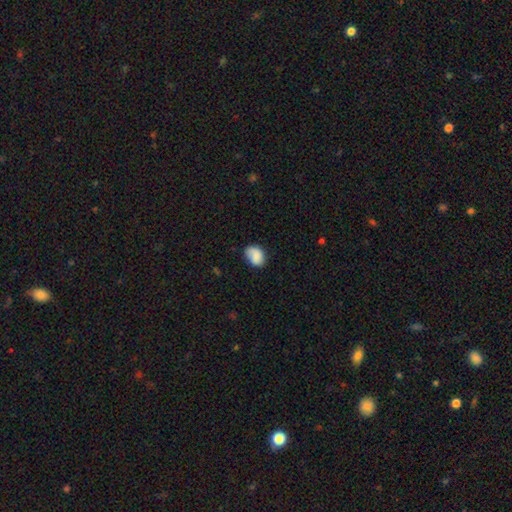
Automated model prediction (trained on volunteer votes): This is clearly a smooth galaxy (83%). How rounded: likely in between (74%). Merging: likely none (66%).